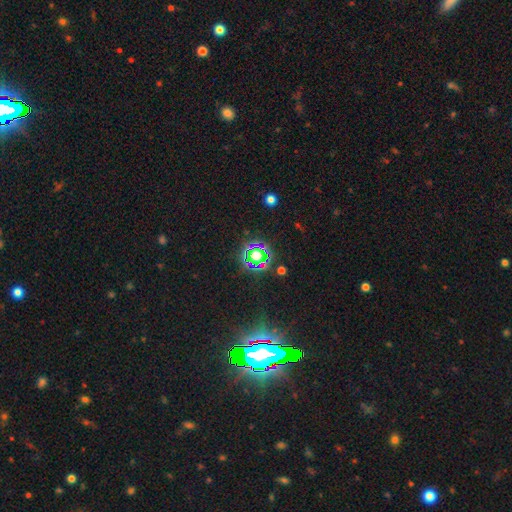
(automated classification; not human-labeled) A star or artifact, not a galaxy (67%).